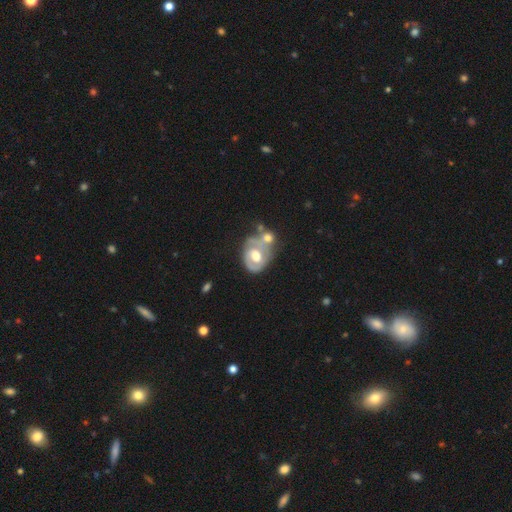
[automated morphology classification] A featured or disk galaxy (71%) with no bar (56%), spiral arms (69%) and a moderate central bulge (65%).

Vote fractions:
- Smooth or featured? featured or disk: 71% / smooth: 23% / star or artifact: 6%
- Edge-on disk? no: 97% / yes: 3%
- Bar? no: 56% / weak: 34% / strong: 10%
- Spiral arms? yes: 69% / no: 31%
- Bulge size? moderate: 65% / large: 26% / small: 6% / dominant: 2% / none: 2%
- Merging? merger: 42% / none: 30% / minor disturbance: 17% / major disturbance: 12%